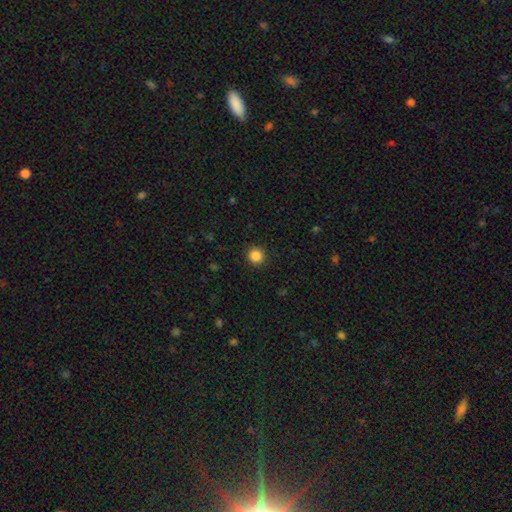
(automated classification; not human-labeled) Smooth or featured?
  - smooth: 86% *
  - star or artifact: 11%
  - featured or disk: 3%
How rounded?
  - round: 94% *
  - in between: 5%
  - cigar-shaped: 1%
Merging?
  - none: 92% *
  - minor disturbance: 5%
  - major disturbance: 2%
  - merger: 1%